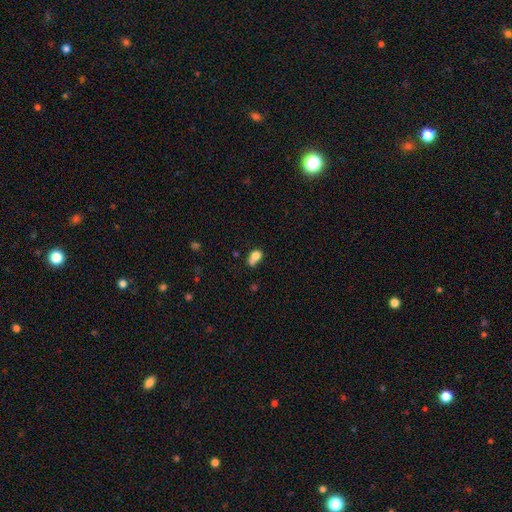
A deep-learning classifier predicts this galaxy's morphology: Q: Smooth or featured?
A: smooth (76%); runner-up: featured or disk (13%)
Q: How rounded?
A: in between (62%); runner-up: round (36%)
Q: Merging?
A: merger (38%); runner-up: none (34%)